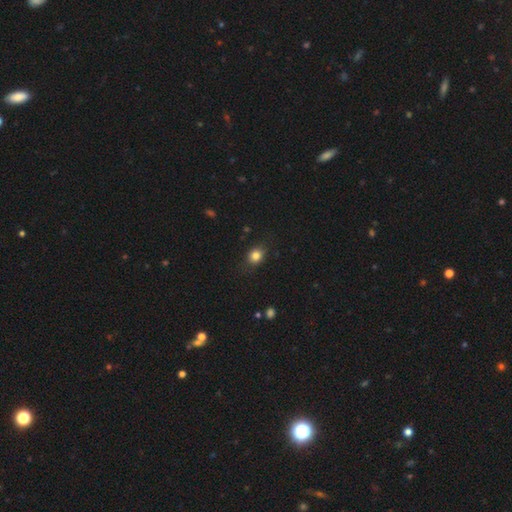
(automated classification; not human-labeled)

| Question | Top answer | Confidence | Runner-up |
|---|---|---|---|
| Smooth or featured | smooth | 83% | star or artifact (11%) |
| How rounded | round | 54% | in between (45%) |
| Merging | none | 81% | minor disturbance (15%) |